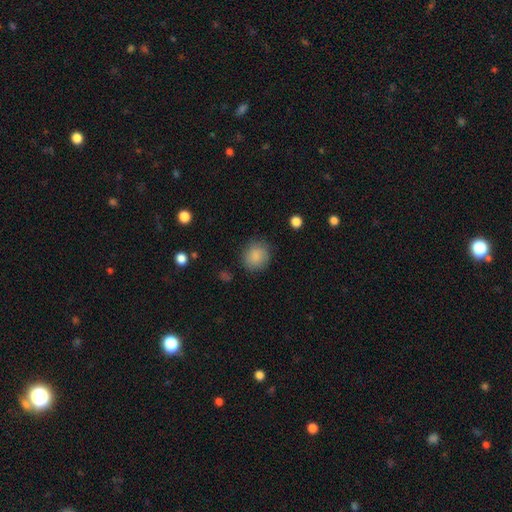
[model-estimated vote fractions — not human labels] A smooth galaxy with no disk features (87%) that is round (84%). Merging: none (83%).